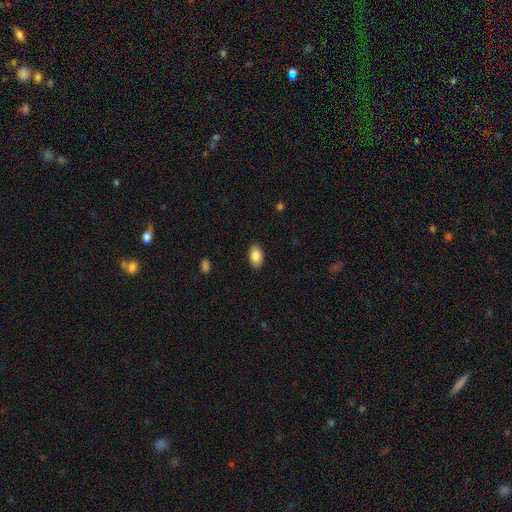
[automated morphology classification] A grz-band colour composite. It shows a smooth galaxy with no disk features (85%) that is in between round and cigar-shaped (92%). Merging: none (89%).